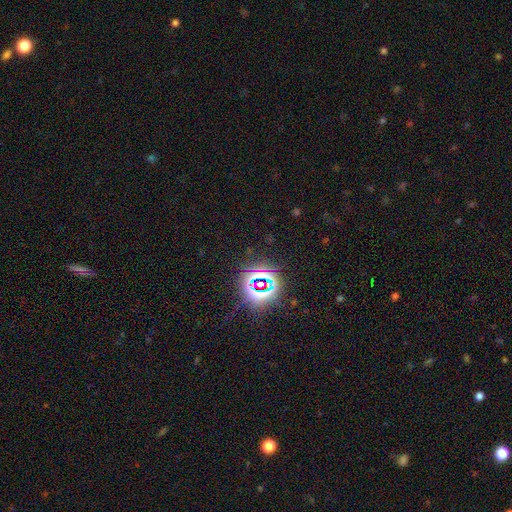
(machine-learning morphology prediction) Smooth or featured? star or artifact (82%)